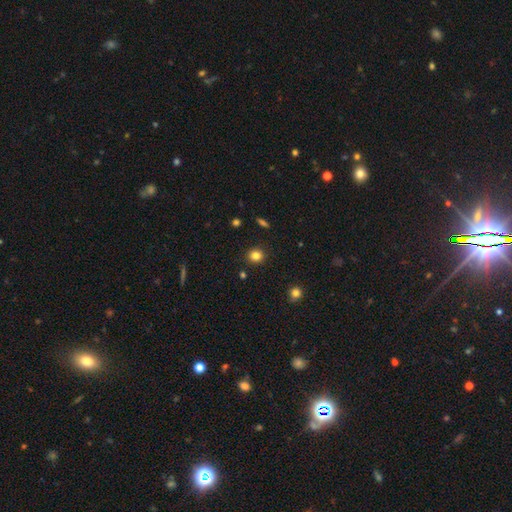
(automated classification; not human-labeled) The model was most divided on "how rounded": round: 85%, in between: 14%, cigar-shaped: 1%. More confident: merging — none (90%); smooth or featured — smooth (83%).